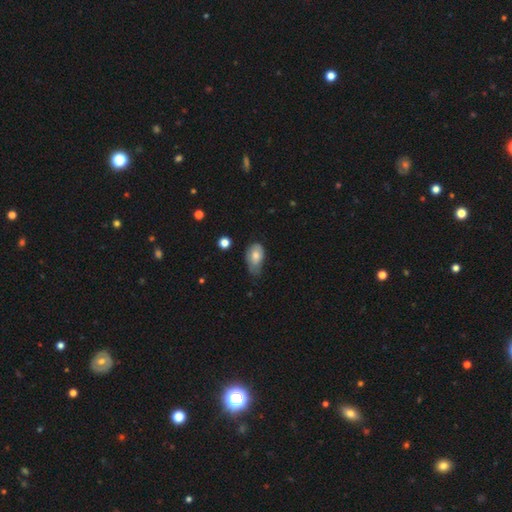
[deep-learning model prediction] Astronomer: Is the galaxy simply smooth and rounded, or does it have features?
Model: smooth — 73%.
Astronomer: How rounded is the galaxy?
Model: in between — 89%.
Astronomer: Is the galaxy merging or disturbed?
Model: minor disturbance — 48% (runner-up: none, 31%).